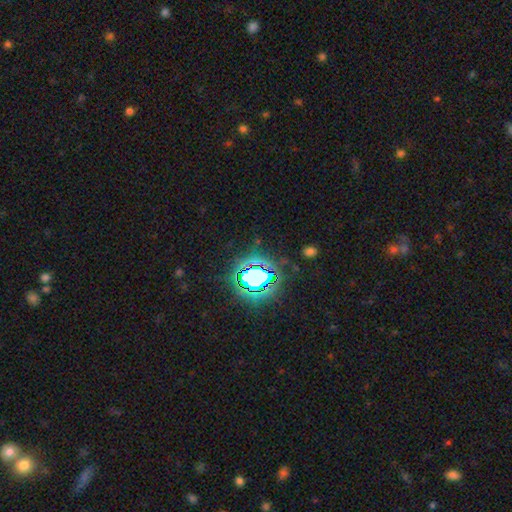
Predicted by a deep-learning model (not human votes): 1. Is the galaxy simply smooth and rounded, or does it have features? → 75% star or artifact, 16% smooth, 10% featured or disk.